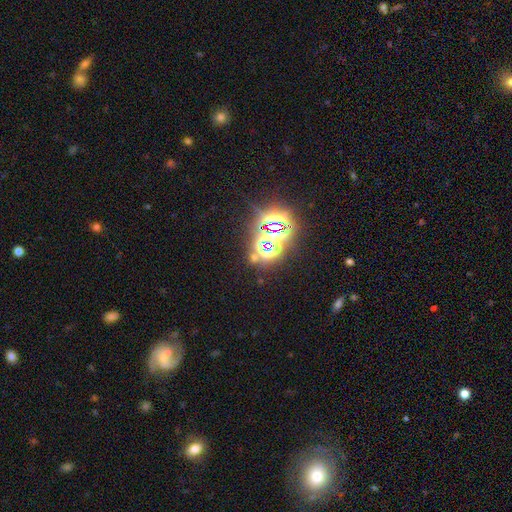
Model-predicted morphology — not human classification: A star or artifact, not a galaxy (76%).